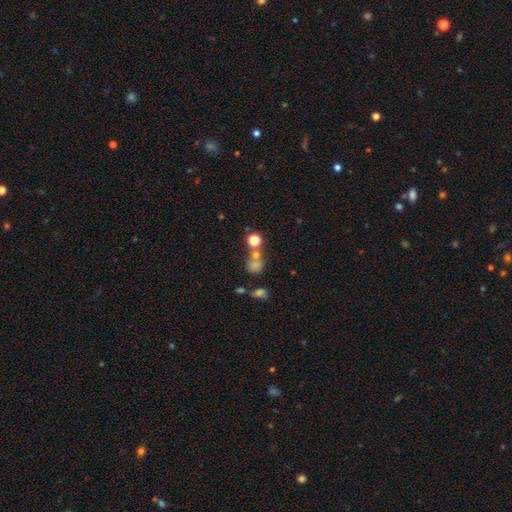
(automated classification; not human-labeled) smooth-or-featured: smooth: 58% | star or artifact: 29% | featured or disk: 13%
  how-rounded: round: 80% | in between: 18% | cigar-shaped: 2%
  merging: none: 51% | merger: 31% | minor disturbance: 10% | major disturbance: 8%